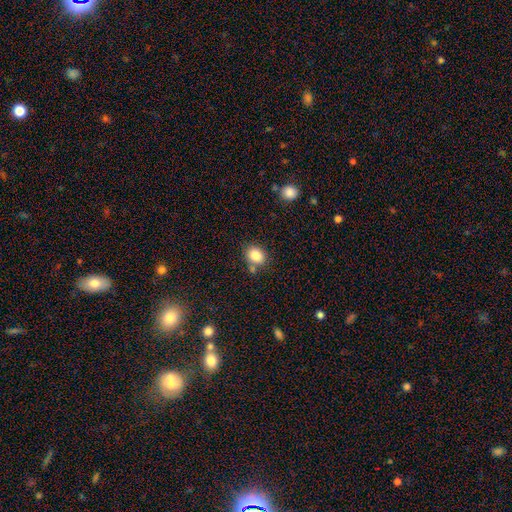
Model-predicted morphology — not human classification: smooth_or_featured: smooth (p=0.84) [alt: star or artifact p=0.09]
how_rounded: in between (p=0.53) [alt: round p=0.47]
merging: none (p=0.70) [alt: minor disturbance p=0.14]